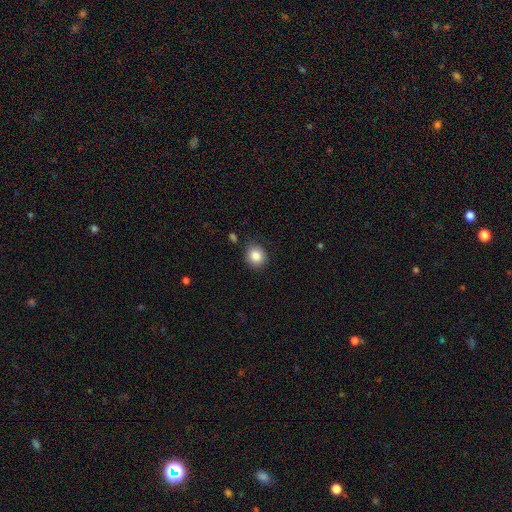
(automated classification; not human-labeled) Smooth or featured? smooth (86%)
How rounded? round (79%)
Merging? none (84%)